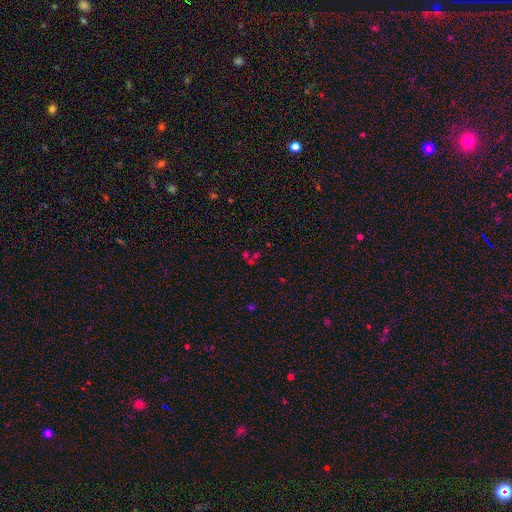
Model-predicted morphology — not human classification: Smooth or featured? Predicted: star or artifact (p=0.47).